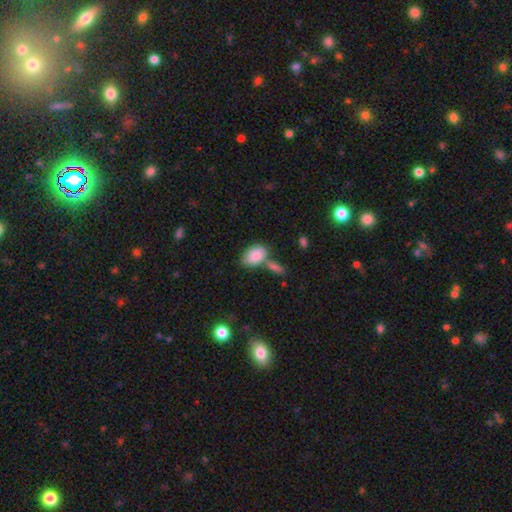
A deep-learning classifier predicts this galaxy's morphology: Overall: smooth (86%). How rounded: in between (90%). Merging: none (50%; merger 30%).